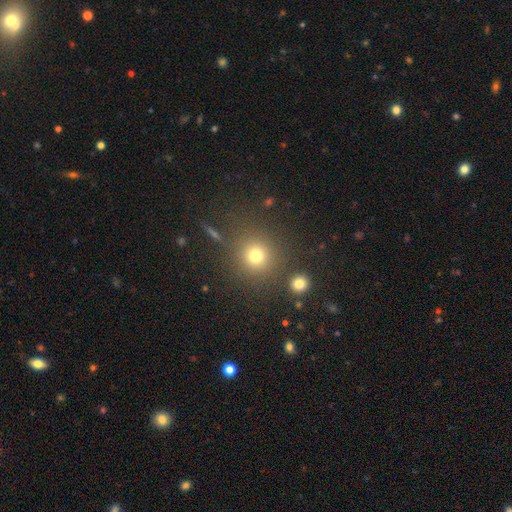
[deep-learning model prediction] A smooth galaxy with no disk features (74%) that is round (91%). Merging: none (83%).